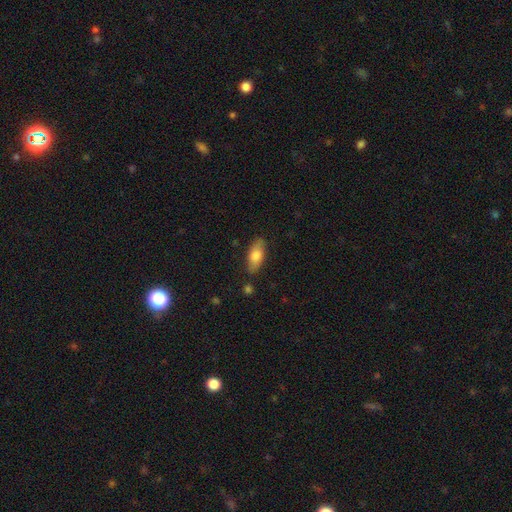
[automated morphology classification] Smooth or featured?
  - smooth: 73% *
  - featured or disk: 20%
  - star or artifact: 6%
How rounded?
  - in between: 80% *
  - cigar-shaped: 17%
  - round: 3%
Merging?
  - none: 82% *
  - minor disturbance: 13%
  - major disturbance: 3%
  - merger: 2%